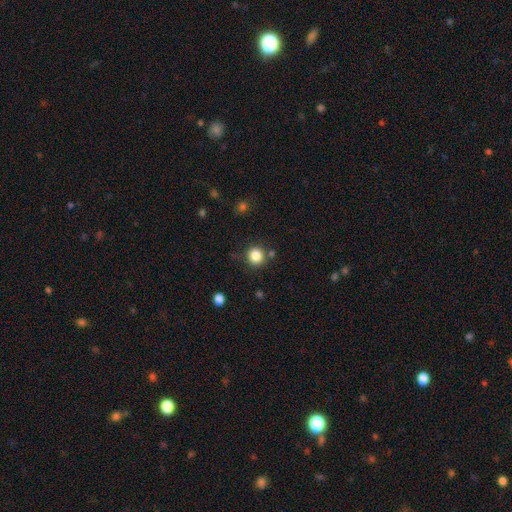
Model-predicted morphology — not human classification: smooth_or_featured: smooth (p=0.84) [alt: star or artifact p=0.11]
how_rounded: round (p=0.91) [alt: in between p=0.08]
merging: none (p=0.82) [alt: minor disturbance p=0.09]